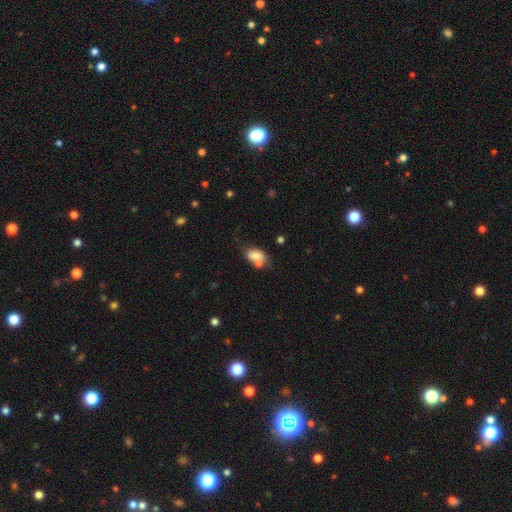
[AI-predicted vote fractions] Smooth or featured?
  - smooth: 74% *
  - featured or disk: 17%
  - star or artifact: 9%
How rounded?
  - in between: 85% *
  - round: 13%
  - cigar-shaped: 2%
Merging?
  - none: 38% *
  - merger: 35%
  - minor disturbance: 19%
  - major disturbance: 8%